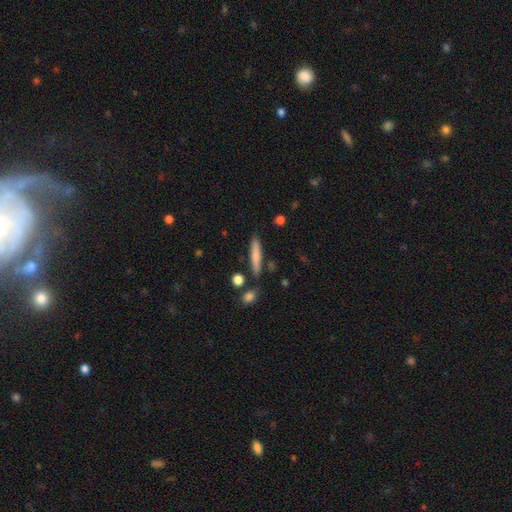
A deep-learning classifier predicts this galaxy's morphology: A smooth galaxy with no disk features (74%) that is cigar-shaped (89%). Merging: none (82%).